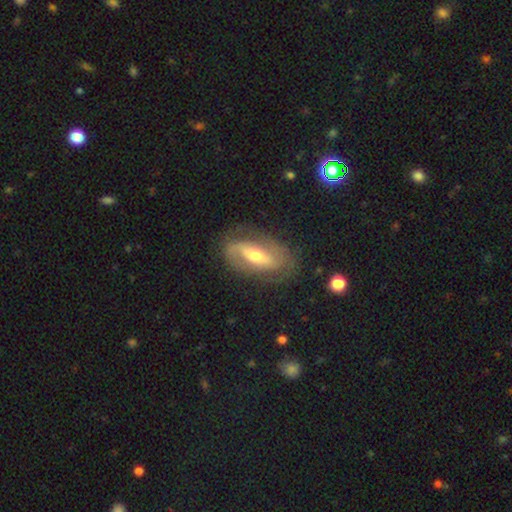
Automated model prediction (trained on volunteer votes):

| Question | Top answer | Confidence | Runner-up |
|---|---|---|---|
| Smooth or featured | featured or disk | 75% | smooth (19%) |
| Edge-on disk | no | 89% | yes (11%) |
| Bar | strong | 42% | weak (33%) |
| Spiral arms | yes | 80% | no (20%) |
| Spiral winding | medium | 39% | loose (31%) |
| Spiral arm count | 2 | 73% | can't tell (12%) |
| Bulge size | moderate | 64% | small (29%) |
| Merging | none | 73% | minor disturbance (17%) |